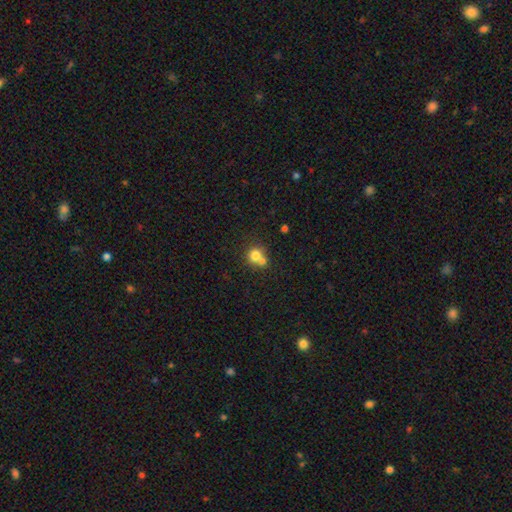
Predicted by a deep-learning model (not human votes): The model was most divided on "merging": merger: 48%, none: 42%, minor disturbance: 7%, major disturbance: 3%. More confident: how rounded — round (85%); smooth or featured — smooth (76%).